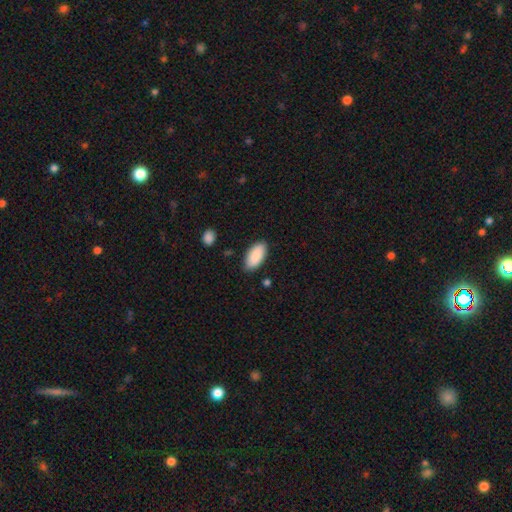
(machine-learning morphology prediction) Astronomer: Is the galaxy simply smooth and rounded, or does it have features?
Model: smooth — 90%.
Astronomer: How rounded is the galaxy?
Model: in between — 92%.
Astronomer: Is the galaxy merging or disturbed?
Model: none — 86%.